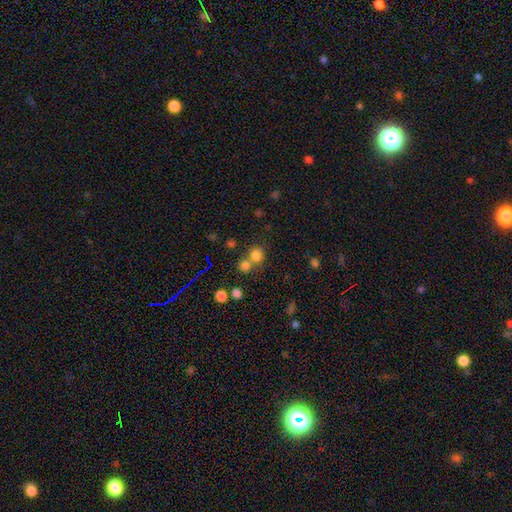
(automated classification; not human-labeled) Smooth or featured: smooth — 75% (star or artifact — 18%)
How rounded: round — 89% (in between — 10%)
Merging: none — 57% (merger — 32%)